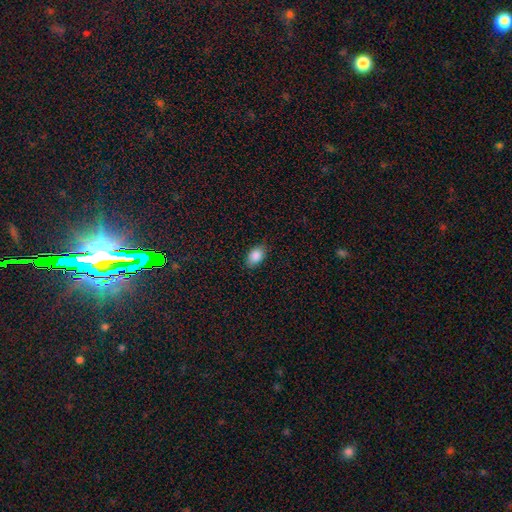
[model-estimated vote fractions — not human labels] This is clearly a smooth galaxy (87%). How rounded: clearly in between (88%). Merging: clearly none (84%).